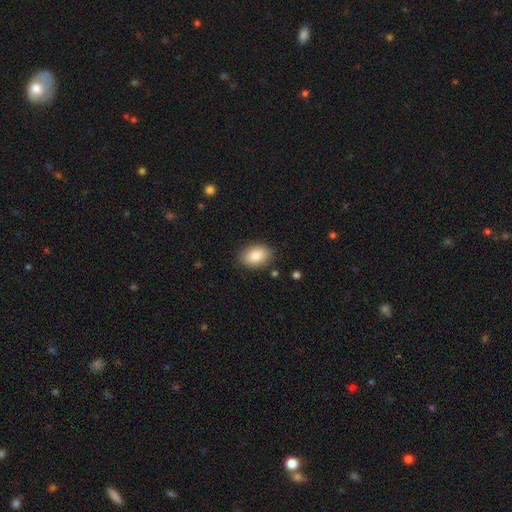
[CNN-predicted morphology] A smooth galaxy with no disk features (84%) that is in between round and cigar-shaped (83%). Merging: none (86%).